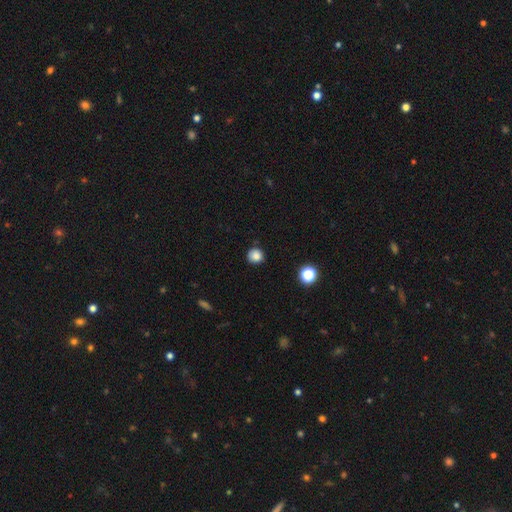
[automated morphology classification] This is clearly a smooth galaxy (84%). How rounded: clearly round (91%). Merging: clearly none (87%).